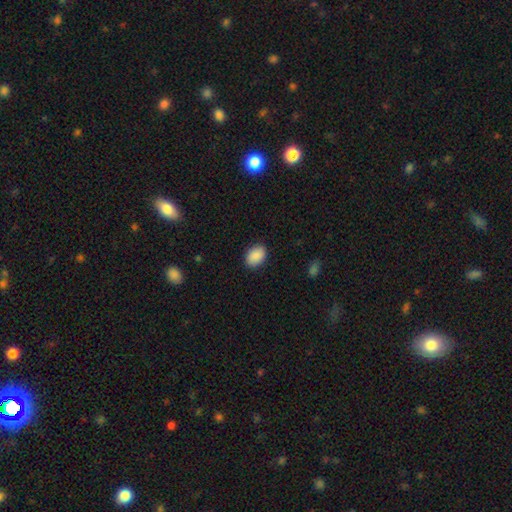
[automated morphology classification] Smooth or featured? smooth (89%)
How rounded? in between (80%)
Merging? none (88%)